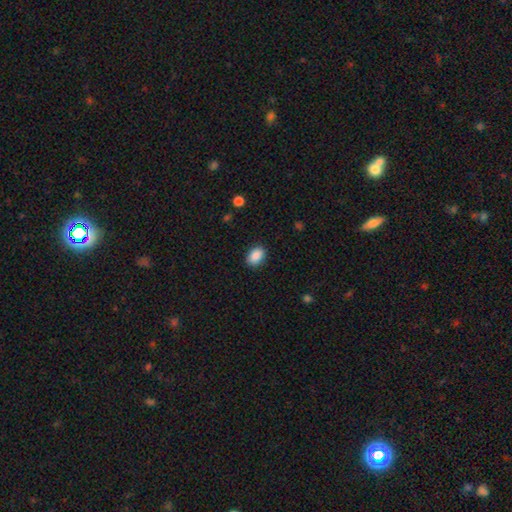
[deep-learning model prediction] smooth-or-featured: smooth: 89% | star or artifact: 7% | featured or disk: 3%
  how-rounded: in between: 83% | round: 16% | cigar-shaped: 1%
  merging: none: 88% | minor disturbance: 9% | major disturbance: 2% | merger: 1%